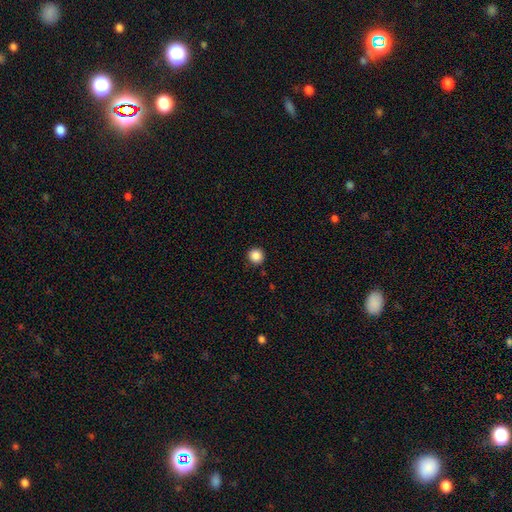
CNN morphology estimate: A smooth galaxy with no disk features (87%) that is round (95%). Merging: none (92%).